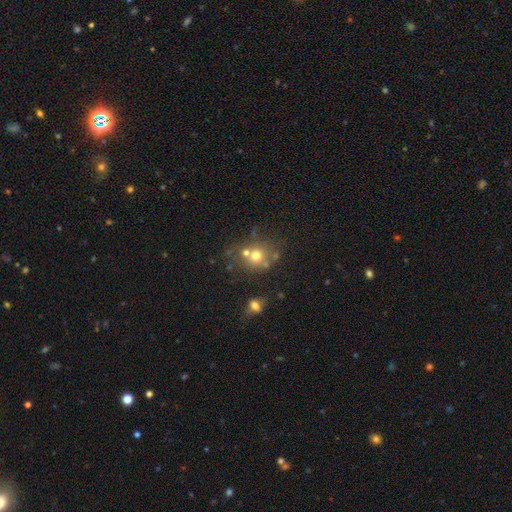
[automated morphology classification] smooth-or-featured: smooth: 65% | star or artifact: 18% | featured or disk: 18%
  how-rounded: round: 82% | in between: 18% | cigar-shaped: 1%
  merging: none: 55% | merger: 28% | minor disturbance: 11% | major disturbance: 6%